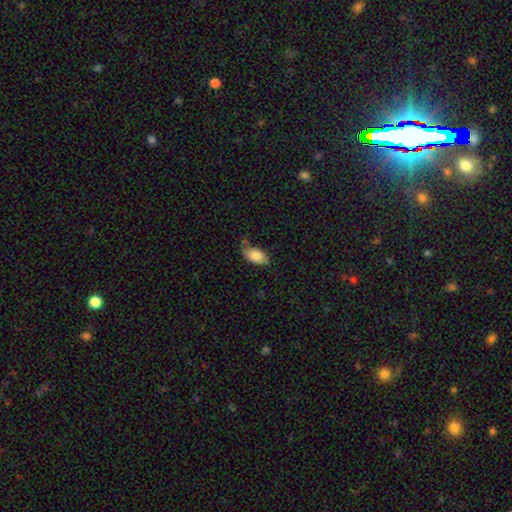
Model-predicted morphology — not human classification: Smooth or featured? Predicted: smooth (p=0.83). How rounded? Predicted: in between (p=0.93). Merging? Predicted: none (p=0.68).